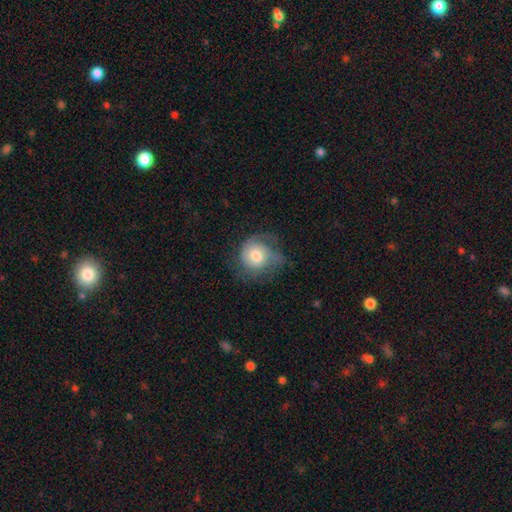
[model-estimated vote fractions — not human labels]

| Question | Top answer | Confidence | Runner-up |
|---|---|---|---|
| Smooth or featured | smooth | 50% | featured or disk (42%) |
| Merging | none | 46% | minor disturbance (27%) |